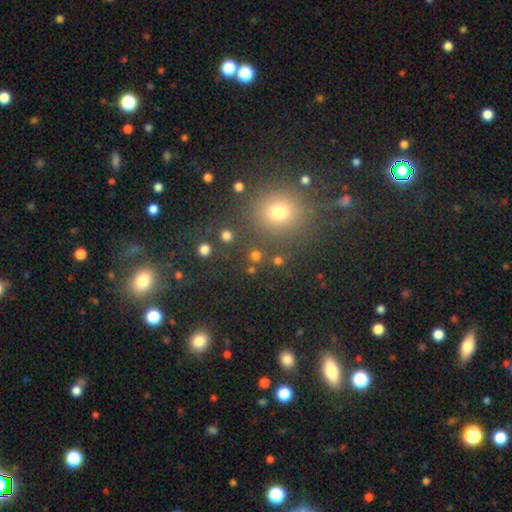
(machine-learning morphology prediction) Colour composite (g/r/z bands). It shows a smooth galaxy with no disk features (71%) that is round (91%). Merging: none (83%).